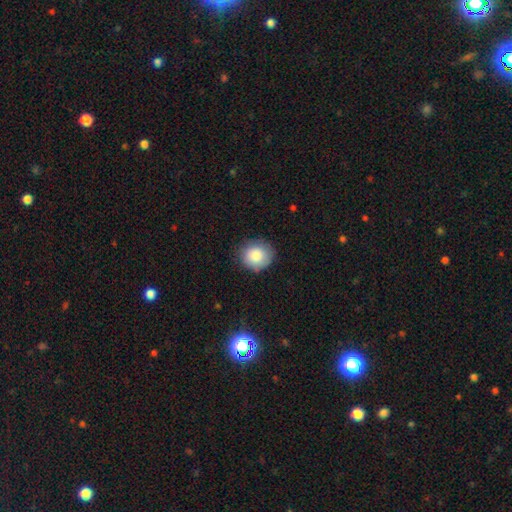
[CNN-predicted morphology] Smooth or featured: smooth — 84% (star or artifact — 8%)
How rounded: round — 84% (in between — 15%)
Merging: none — 82% (minor disturbance — 14%)